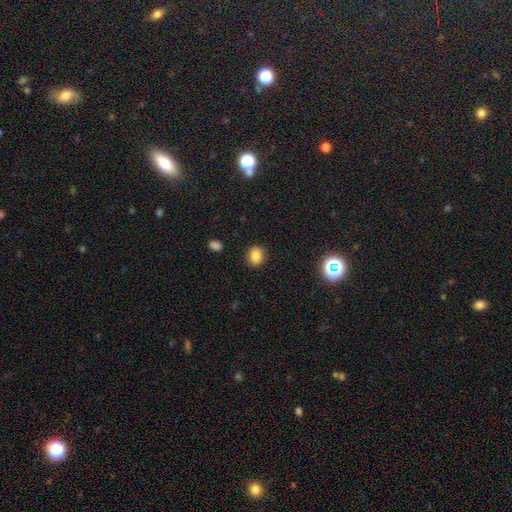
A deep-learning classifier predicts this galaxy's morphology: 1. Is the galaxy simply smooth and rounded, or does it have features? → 83% smooth, 12% star or artifact, 5% featured or disk.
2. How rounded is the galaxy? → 60% round, 39% in between, 1% cigar-shaped.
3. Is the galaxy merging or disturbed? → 88% none, 8% minor disturbance, 2% major disturbance, 1% merger.